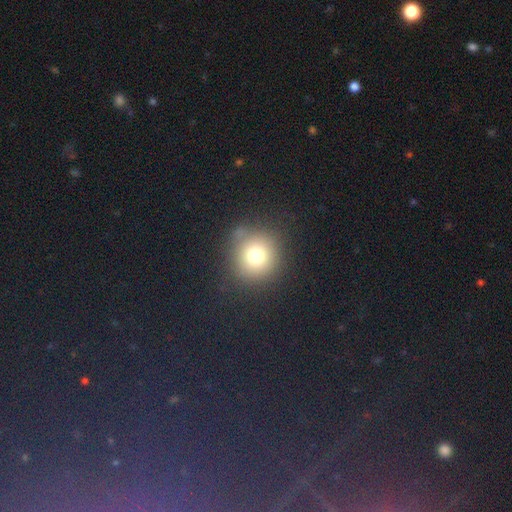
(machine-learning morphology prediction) smooth-or-featured: smooth: 74% | star or artifact: 16% | featured or disk: 10%
  how-rounded: round: 93% | in between: 6% | cigar-shaped: 1%
  merging: none: 82% | minor disturbance: 11% | major disturbance: 5% | merger: 3%